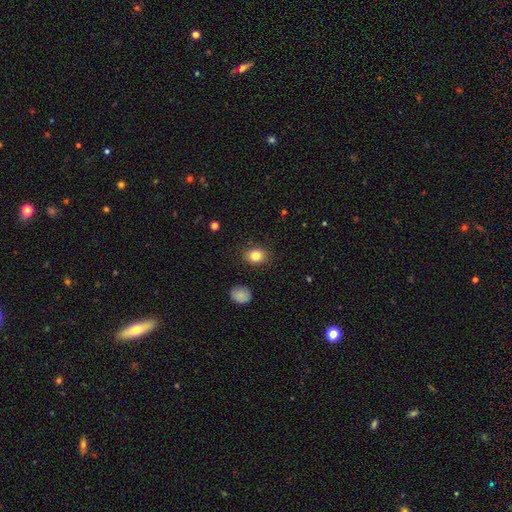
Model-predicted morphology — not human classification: A smooth galaxy with no disk features (83%) that is in between round and cigar-shaped (50%).

Vote fractions:
- Smooth or featured? smooth: 83% / star or artifact: 10% / featured or disk: 7%
- How rounded? in between: 50% / round: 48% / cigar-shaped: 1%
- Merging? none: 88% / minor disturbance: 8% / major disturbance: 3% / merger: 1%